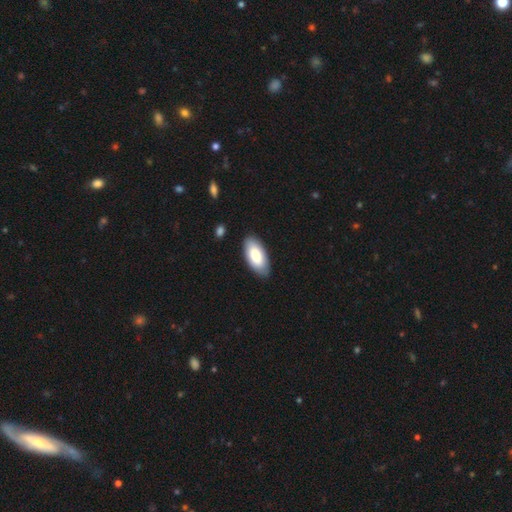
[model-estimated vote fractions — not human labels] The model was most divided on "smooth or featured": smooth: 81%, featured or disk: 13%, star or artifact: 5%. More confident: how rounded — in between (92%); merging — none (86%).